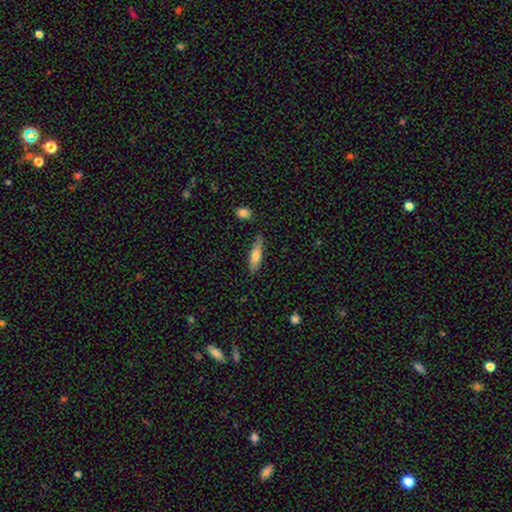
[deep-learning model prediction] A smooth galaxy with no disk features (69%) that is cigar-shaped (67%).

Vote fractions:
- Smooth or featured? smooth: 69% / featured or disk: 25% / star or artifact: 6%
- How rounded? cigar-shaped: 67% / in between: 31% / round: 2%
- Merging? none: 79% / minor disturbance: 15% / merger: 3% / major disturbance: 3%